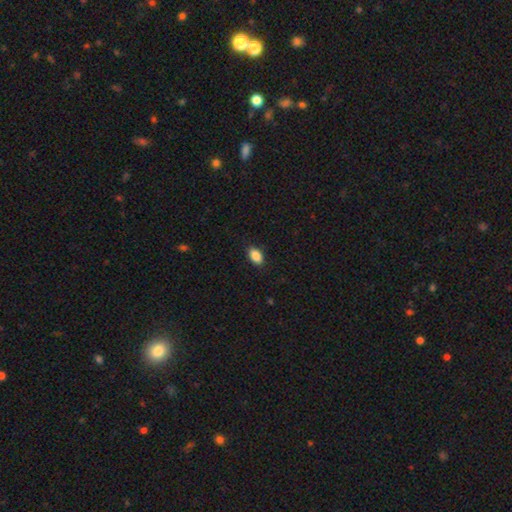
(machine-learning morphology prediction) Overall: smooth (88%). How rounded: in between (92%). Merging: none (89%).